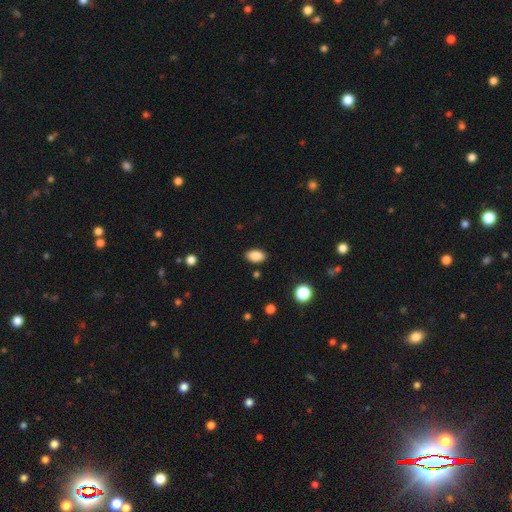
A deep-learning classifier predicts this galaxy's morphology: Smooth or featured: smooth — 87% (star or artifact — 9%)
How rounded: in between — 91% (round — 7%)
Merging: none — 87% (minor disturbance — 9%)